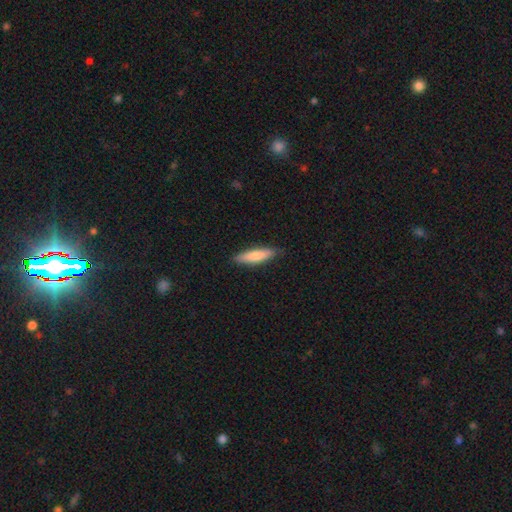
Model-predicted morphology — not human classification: This appears to be a smooth galaxy with no disk features (77%) that is cigar-shaped (72%). Merging: none (87%).